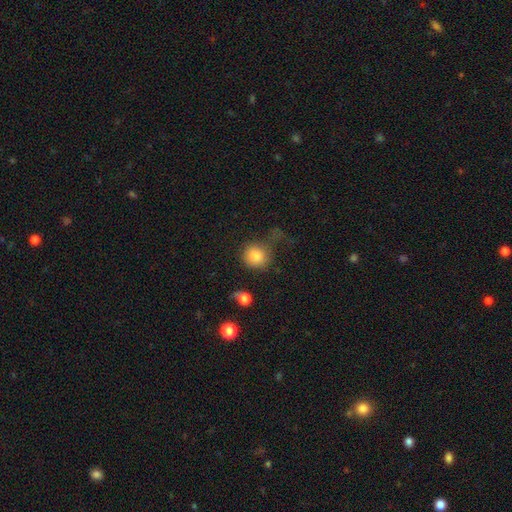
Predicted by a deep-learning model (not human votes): Morphology: type=smooth (82%); roundness=round (87%); merging=none (50%).